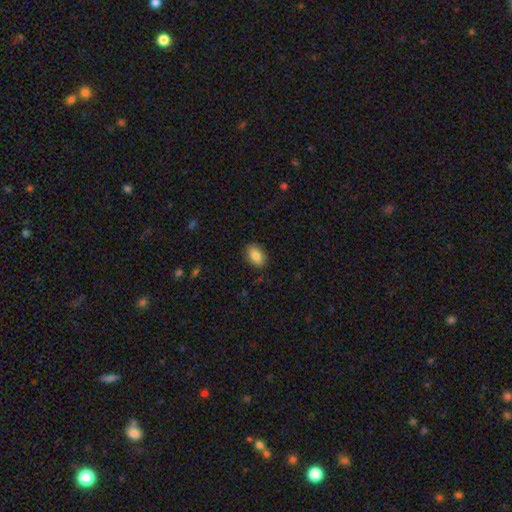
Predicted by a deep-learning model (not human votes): Overall: smooth (85%). How rounded: in between (86%). Merging: none (86%).